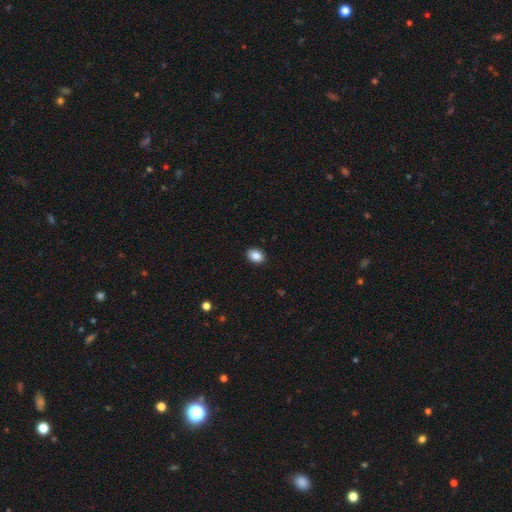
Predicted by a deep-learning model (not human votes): Smooth or featured? smooth (87%)
How rounded? in between (72%)
Merging? none (91%)